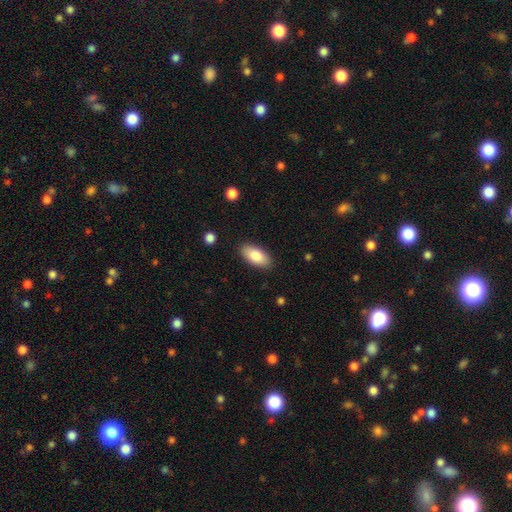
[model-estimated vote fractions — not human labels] Q: Smooth or featured?
A: smooth (84%); runner-up: featured or disk (10%)
Q: How rounded?
A: in between (92%); runner-up: cigar-shaped (6%)
Q: Merging?
A: none (88%); runner-up: minor disturbance (9%)